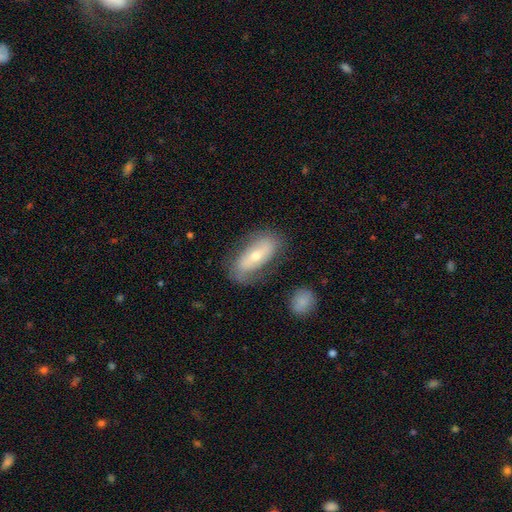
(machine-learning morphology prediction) Smooth or featured: featured or disk — 52% (smooth — 41%)
Edge-on disk: no — 85% (yes — 15%)
Merging: none — 71% (minor disturbance — 19%)